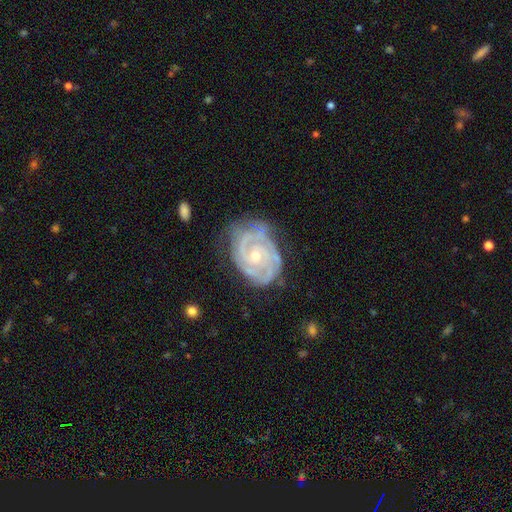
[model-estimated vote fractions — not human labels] This appears to be a featured or disk galaxy (89%) with no bar (74%), 2 (33%) tight (74%) spiral arms (97%) and a small central bulge (57%). Merging: none (66%).